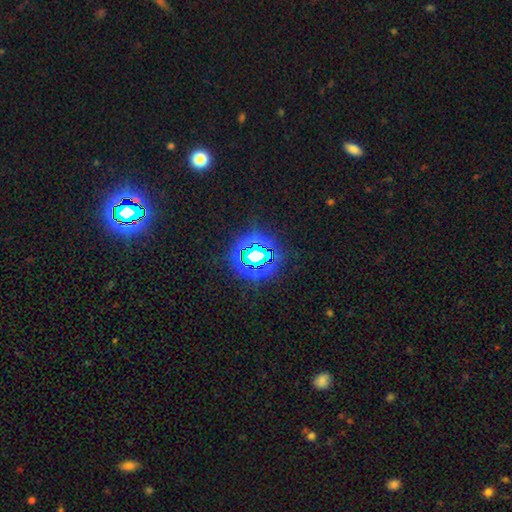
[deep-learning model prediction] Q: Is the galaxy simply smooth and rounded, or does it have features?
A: star or artifact — 75%.